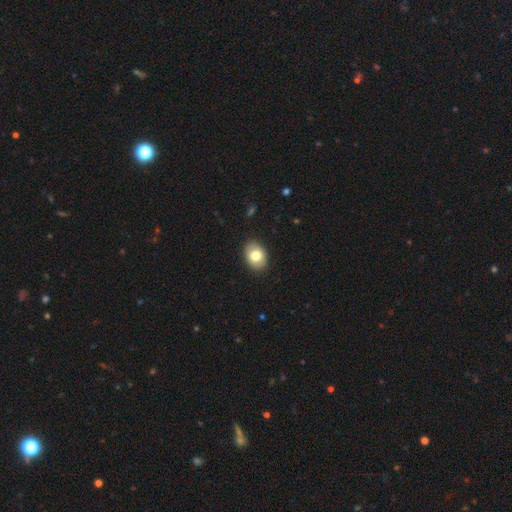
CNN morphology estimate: A smooth galaxy with no disk features (78%) that is in between round and cigar-shaped (75%).

Vote fractions:
- Smooth or featured? smooth: 78% / featured or disk: 14% / star or artifact: 7%
- How rounded? in between: 75% / round: 24% / cigar-shaped: 1%
- Merging? none: 89% / minor disturbance: 8% / major disturbance: 2% / merger: 1%